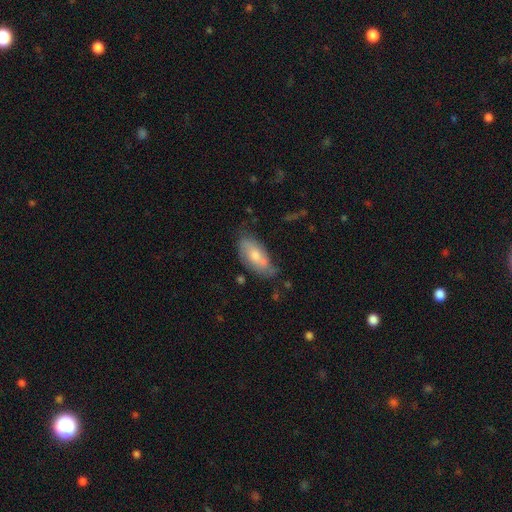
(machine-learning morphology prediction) Smooth or featured? smooth (62%)
How rounded? in between (88%)
Merging? none (56%)